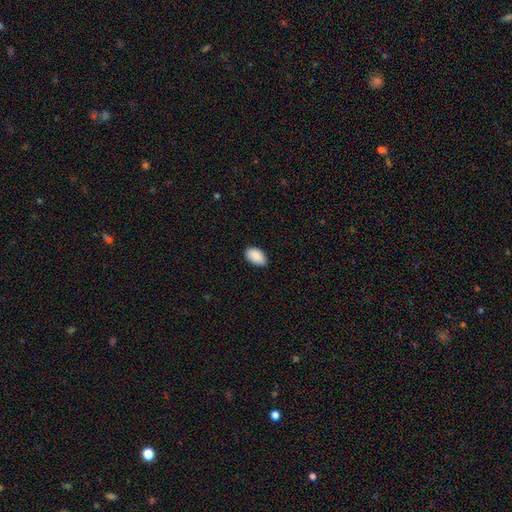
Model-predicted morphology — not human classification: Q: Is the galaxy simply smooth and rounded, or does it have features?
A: smooth — 89%.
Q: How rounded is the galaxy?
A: in between — 93%.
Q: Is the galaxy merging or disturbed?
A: none — 79%.